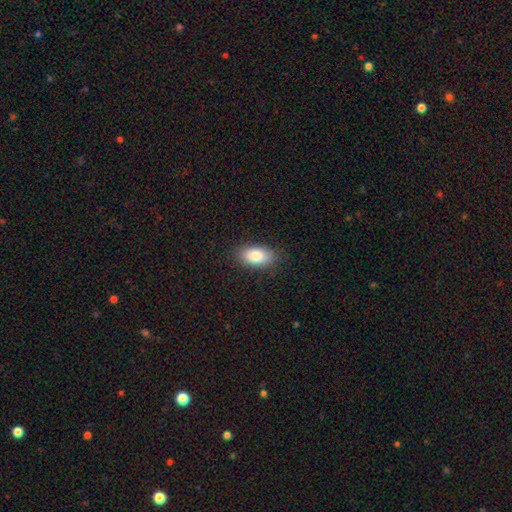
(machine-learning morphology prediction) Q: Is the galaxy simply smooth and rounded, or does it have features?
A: smooth — 85%.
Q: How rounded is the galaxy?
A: in between — 92%.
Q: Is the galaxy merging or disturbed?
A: none — 85%.